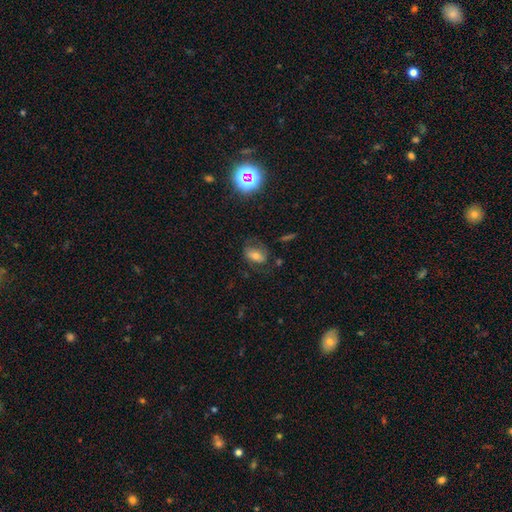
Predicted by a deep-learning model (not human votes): Smooth or featured?
  - smooth: 52% *
  - featured or disk: 34%
  - star or artifact: 14%
How rounded?
  - in between: 79% *
  - round: 19%
  - cigar-shaped: 3%
Merging?
  - none: 57% *
  - minor disturbance: 23%
  - major disturbance: 18%
  - merger: 3%